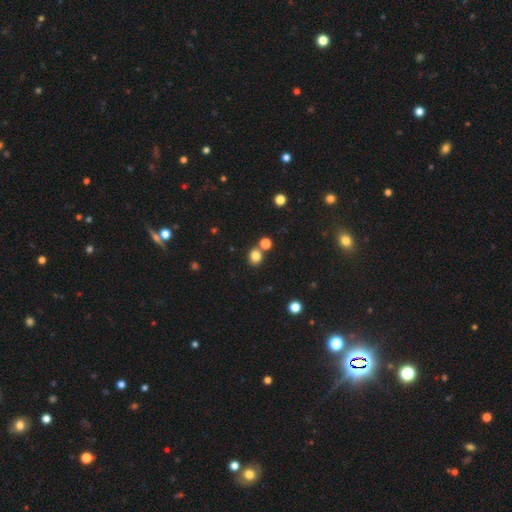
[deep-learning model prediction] Q: Smooth or featured?
A: smooth (81%); runner-up: star or artifact (13%)
Q: How rounded?
A: round (72%); runner-up: in between (27%)
Q: Merging?
A: none (69%); runner-up: merger (19%)